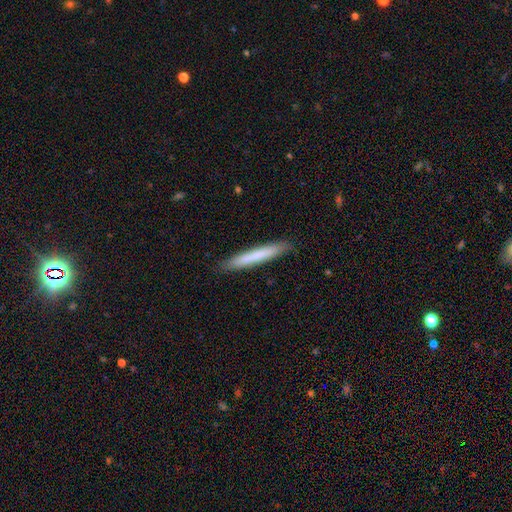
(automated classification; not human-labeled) Smooth or featured?
  - smooth: 73% *
  - featured or disk: 22%
  - star or artifact: 5%
How rounded?
  - cigar-shaped: 96% *
  - in between: 3%
  - round: 1%
Merging?
  - none: 90% *
  - minor disturbance: 7%
  - major disturbance: 1%
  - merger: 1%